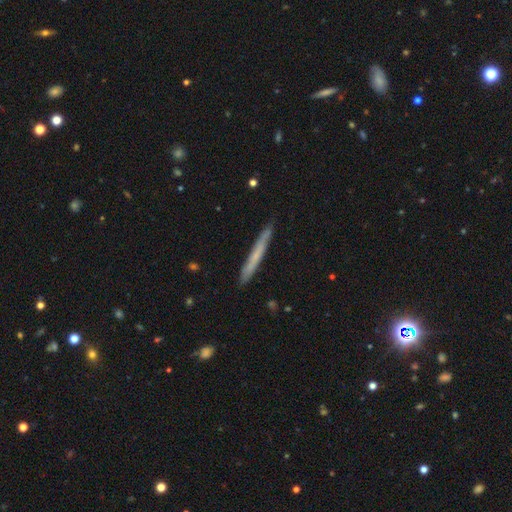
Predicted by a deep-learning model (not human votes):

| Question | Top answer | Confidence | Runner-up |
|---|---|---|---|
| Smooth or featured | smooth | 54% | featured or disk (39%) |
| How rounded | cigar-shaped | 97% | in between (2%) |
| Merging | none | 88% | minor disturbance (9%) |